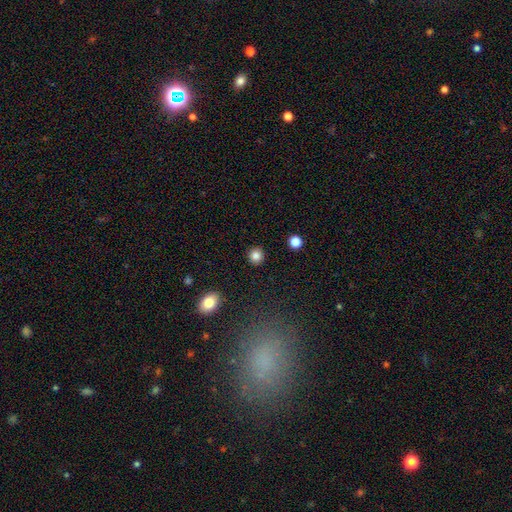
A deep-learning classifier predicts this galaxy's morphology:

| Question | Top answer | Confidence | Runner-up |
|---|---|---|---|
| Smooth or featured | smooth | 84% | star or artifact (11%) |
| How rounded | round | 90% | in between (9%) |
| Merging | none | 91% | minor disturbance (5%) |